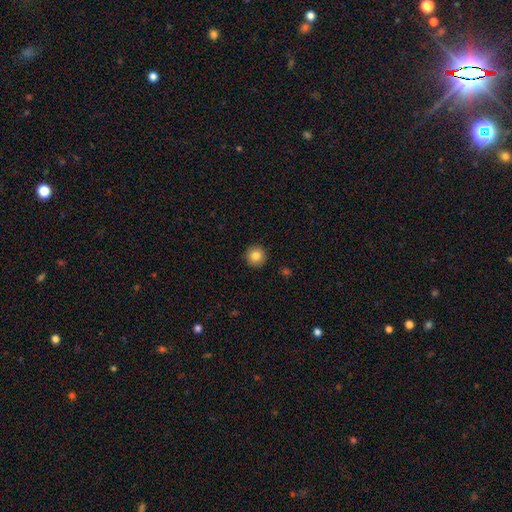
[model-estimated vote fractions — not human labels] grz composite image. It shows a smooth galaxy with no disk features (83%) that is round (95%). Merging: none (92%).